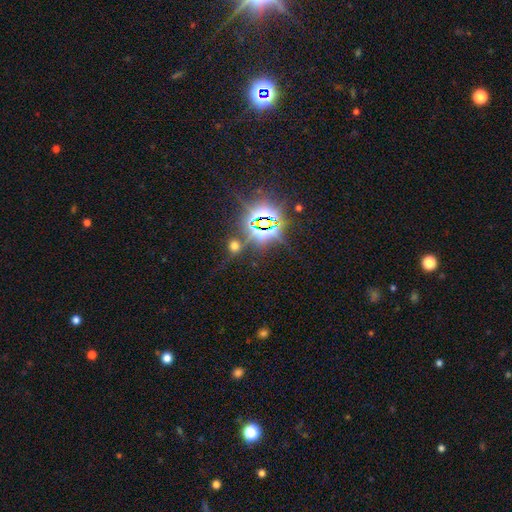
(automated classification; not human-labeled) Overall: star or artifact (80%).